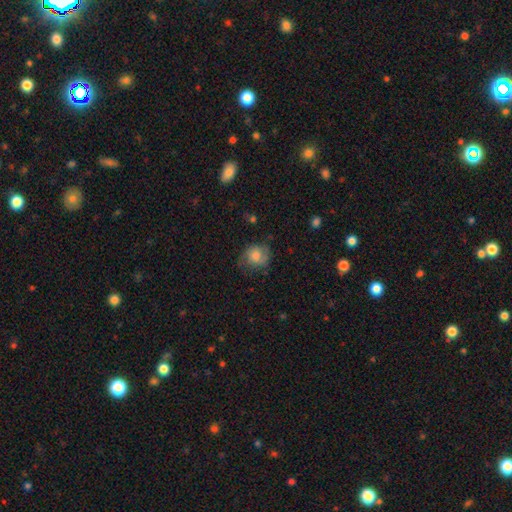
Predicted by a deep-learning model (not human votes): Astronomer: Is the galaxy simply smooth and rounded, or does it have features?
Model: smooth — 63%.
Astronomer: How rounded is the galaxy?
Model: round — 71%.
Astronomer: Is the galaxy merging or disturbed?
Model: none — 62%.